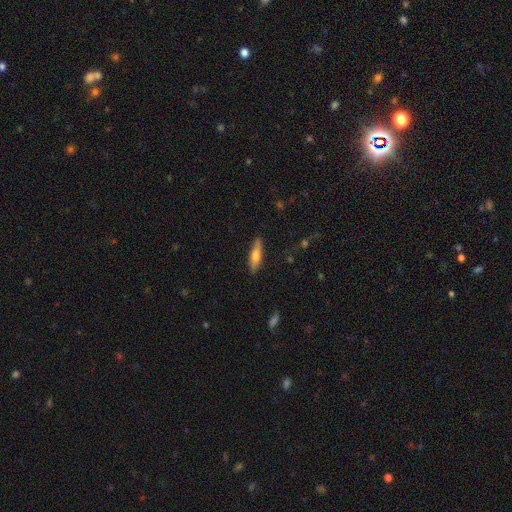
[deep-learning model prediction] Morphology: type=smooth (62%); roundness=cigar-shaped (72%); merging=none (85%).